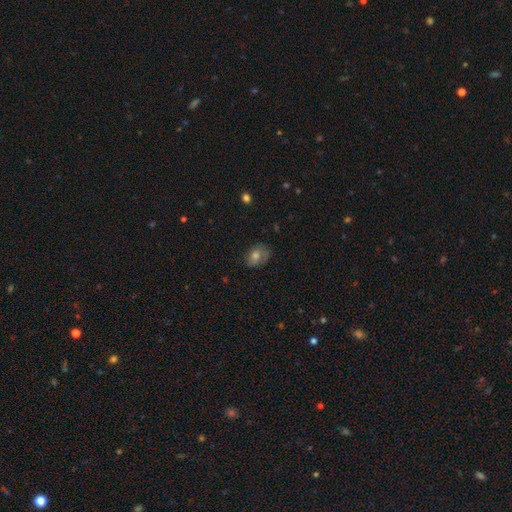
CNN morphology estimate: The model was most divided on "merging": none: 63%, minor disturbance: 27%, major disturbance: 9%, merger: 1%. More confident: how rounded — in between (69%); smooth or featured — smooth (64%).